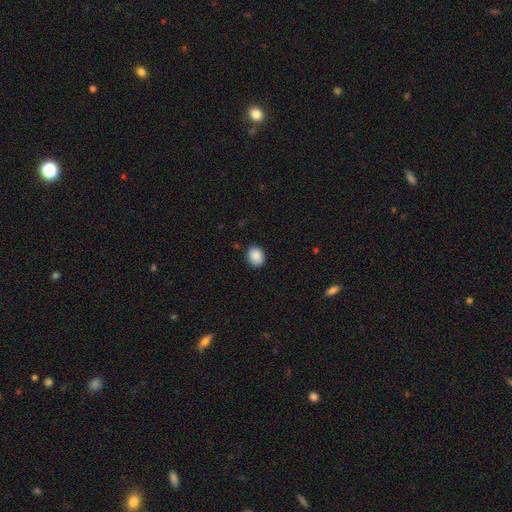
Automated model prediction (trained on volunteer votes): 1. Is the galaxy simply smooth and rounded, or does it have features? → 89% smooth, 8% star or artifact, 3% featured or disk.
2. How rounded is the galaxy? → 56% round, 43% in between, 1% cigar-shaped.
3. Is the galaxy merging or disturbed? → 86% none, 10% minor disturbance, 2% major disturbance, 1% merger.